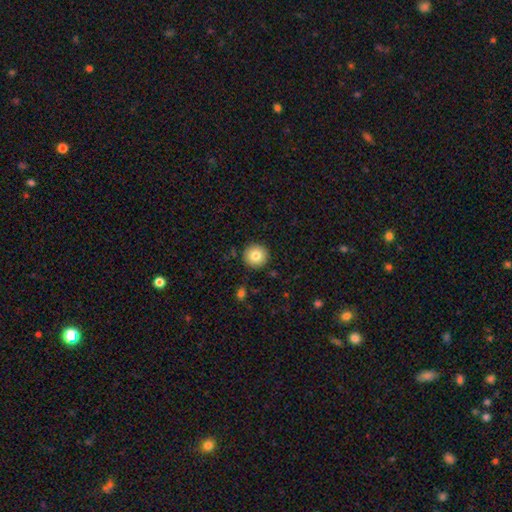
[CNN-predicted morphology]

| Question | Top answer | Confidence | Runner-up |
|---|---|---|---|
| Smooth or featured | smooth | 82% | featured or disk (9%) |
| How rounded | round | 96% | in between (3%) |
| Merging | none | 92% | minor disturbance (6%) |